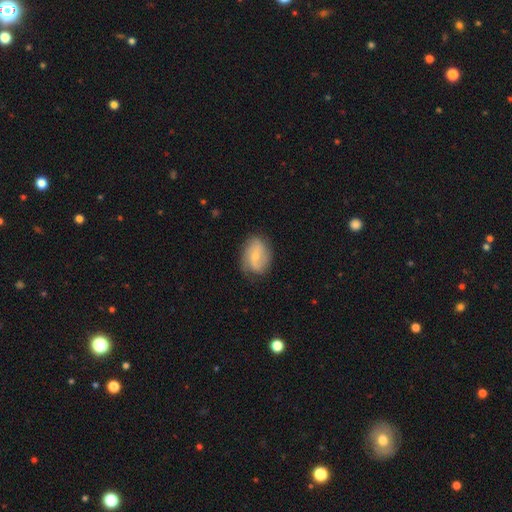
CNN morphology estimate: smooth_or_featured: featured or disk (p=0.60) [alt: smooth p=0.33]
disk_edge_on: no (p=0.96) [alt: yes p=0.04]
bar: weak (p=0.46) [alt: no p=0.38]
has_spiral_arms: yes (p=0.87) [alt: no p=0.13]
bulge_size: small (p=0.60) [alt: moderate p=0.33]
merging: none (p=0.72) [alt: minor disturbance p=0.21]